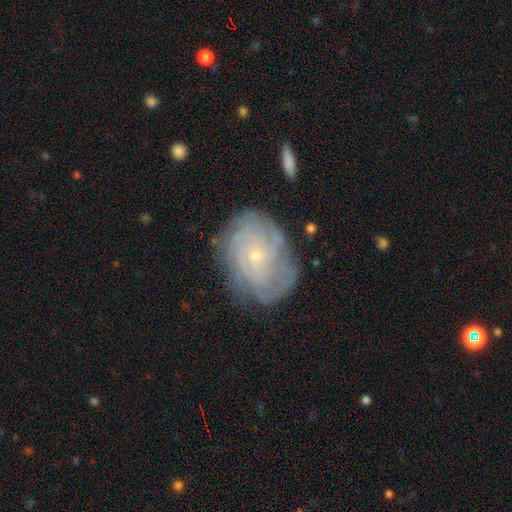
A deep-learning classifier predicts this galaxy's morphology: type=featured or disk (77%); edge-on=no (97%); bar=no (76%); spiral arms=yes (90%); winding=tight (67%); arm count=can't tell (45%); bulge=small (80%); merging=none (72%).